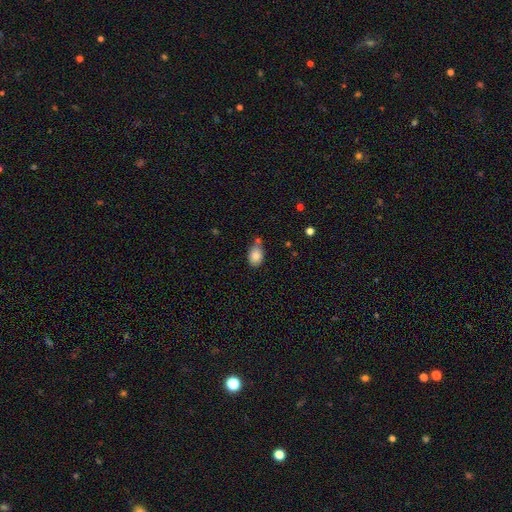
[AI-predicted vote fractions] Overall: smooth (85%). How rounded: in between (76%). Merging: none (57%; minor disturbance 23%).